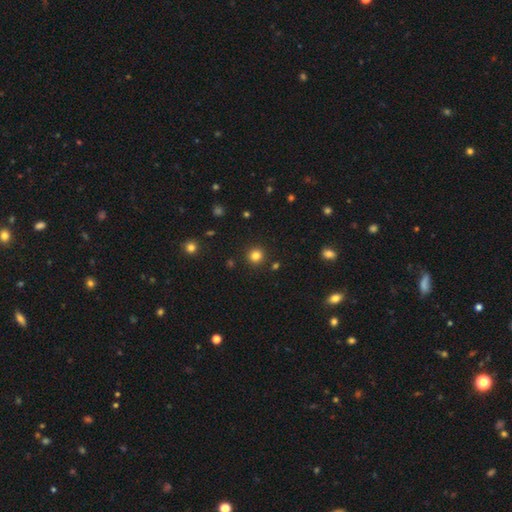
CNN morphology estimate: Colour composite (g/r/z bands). It shows a smooth galaxy with no disk features (82%) that is round (94%). Merging: none (91%).